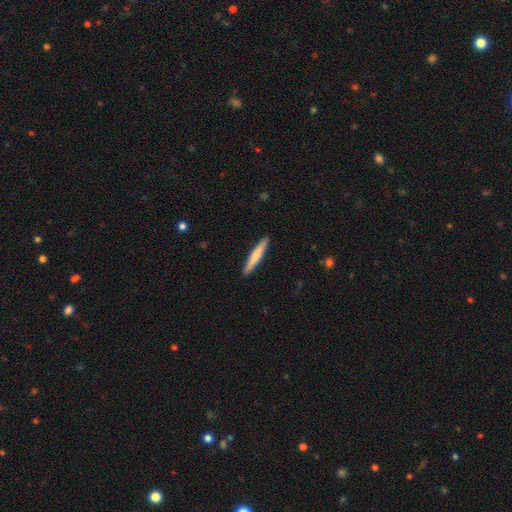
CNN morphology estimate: A smooth galaxy with no disk features (67%) that is cigar-shaped (94%).

Vote fractions:
- Smooth or featured? smooth: 67% / featured or disk: 28% / star or artifact: 5%
- How rounded? cigar-shaped: 94% / in between: 4% / round: 1%
- Merging? none: 92% / minor disturbance: 6% / major disturbance: 1% / merger: 1%